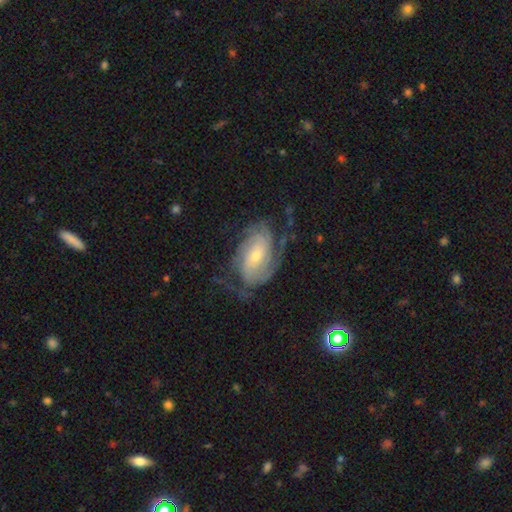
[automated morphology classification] smooth-or-featured: featured or disk: 84% | smooth: 10% | star or artifact: 5%
  disk-edge-on: no: 96% | yes: 4%
    bar: no: 55% | weak: 34% | strong: 11%
    has-spiral-arms: yes: 95% | no: 5%
      spiral-winding: tight: 50% | medium: 36% | loose: 13%
      spiral-arm-count: 2: 37% | can't tell: 27% | 3: 19% | 4: 8% | 1: 5% | more than 4: 5%
    bulge-size: small: 60% | moderate: 35% | large: 3% | none: 1% | dominant: 1%
  merging: none: 62% | minor disturbance: 20% | major disturbance: 17% | merger: 1%